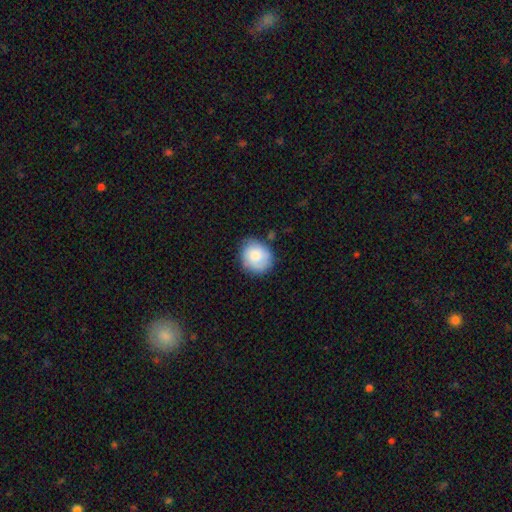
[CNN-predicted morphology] Smooth or featured? smooth (79%)
How rounded? round (76%)
Merging? none (71%)